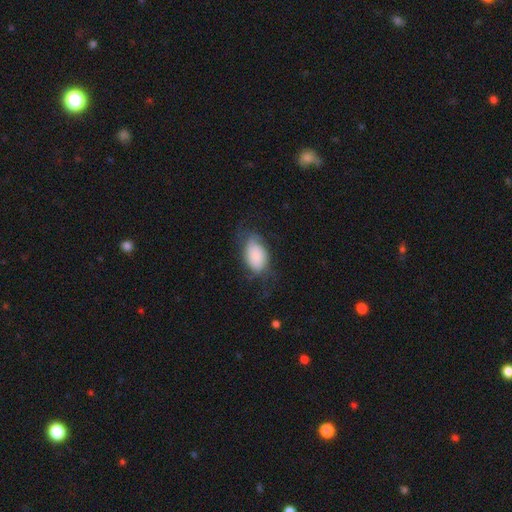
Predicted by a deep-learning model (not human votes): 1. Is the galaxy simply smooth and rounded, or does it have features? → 59% smooth, 33% featured or disk, 9% star or artifact.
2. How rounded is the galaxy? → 91% in between, 7% round, 2% cigar-shaped.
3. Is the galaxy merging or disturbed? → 46% none, 28% minor disturbance, 24% major disturbance, 2% merger.